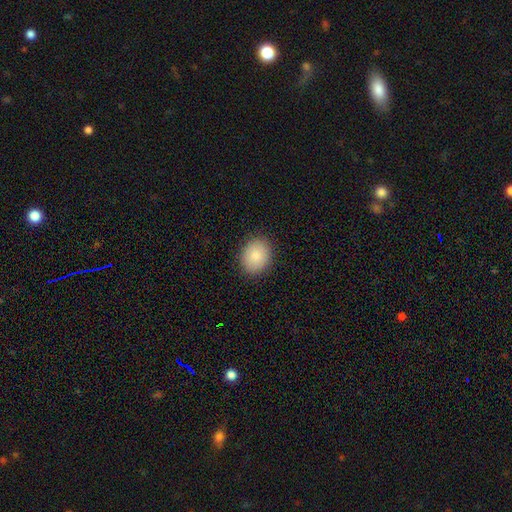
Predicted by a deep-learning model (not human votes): Smooth or featured? smooth (85%)
How rounded? round (56%)
Merging? none (88%)